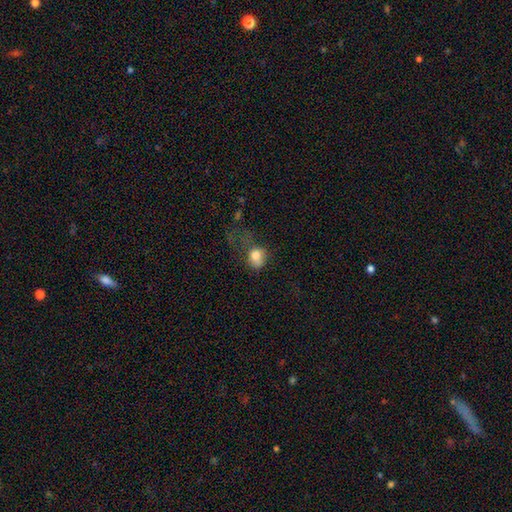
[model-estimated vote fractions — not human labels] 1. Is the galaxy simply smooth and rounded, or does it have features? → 76% smooth, 14% featured or disk, 10% star or artifact.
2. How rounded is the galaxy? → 51% in between, 48% round, 1% cigar-shaped.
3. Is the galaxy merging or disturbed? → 49% major disturbance, 24% none, 23% minor disturbance, 5% merger.